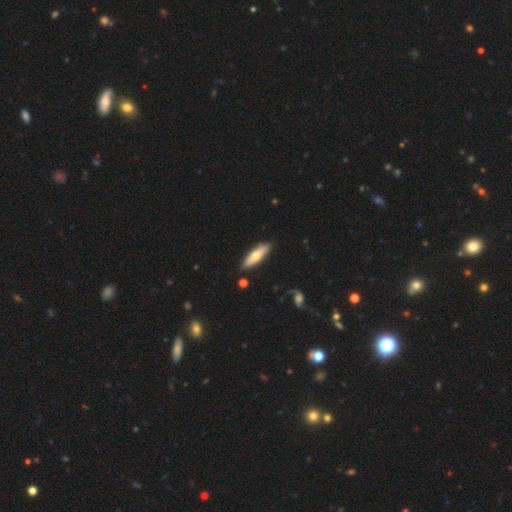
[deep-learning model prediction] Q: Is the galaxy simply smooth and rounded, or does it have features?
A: smooth — 63%.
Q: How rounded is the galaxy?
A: cigar-shaped — 59%.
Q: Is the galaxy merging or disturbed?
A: none — 85%.